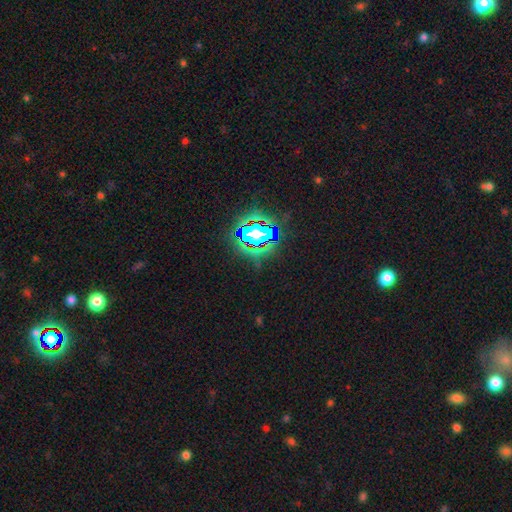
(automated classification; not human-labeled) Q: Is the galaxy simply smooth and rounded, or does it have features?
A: star or artifact — 81%.